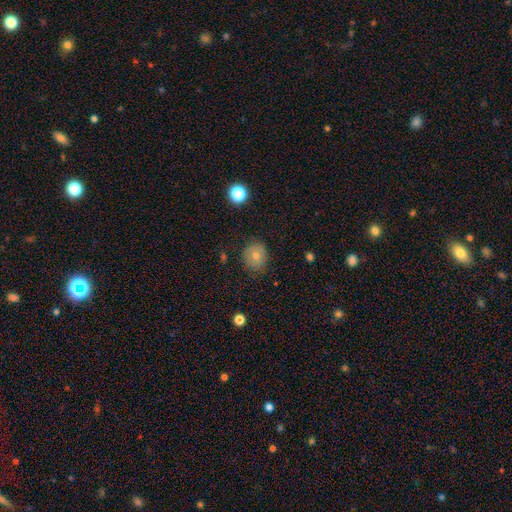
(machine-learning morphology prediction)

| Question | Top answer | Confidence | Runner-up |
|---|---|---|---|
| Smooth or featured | smooth | 72% | featured or disk (17%) |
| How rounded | round | 82% | in between (17%) |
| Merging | none | 81% | minor disturbance (14%) |